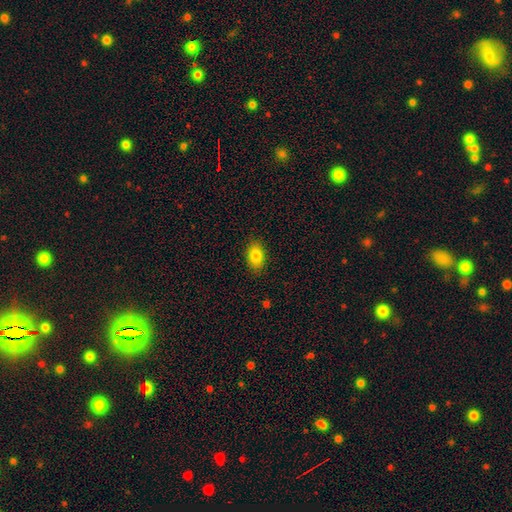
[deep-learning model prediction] Q: Smooth or featured?
A: smooth (82%); runner-up: star or artifact (9%)
Q: How rounded?
A: in between (88%); runner-up: round (11%)
Q: Merging?
A: none (88%); runner-up: minor disturbance (9%)